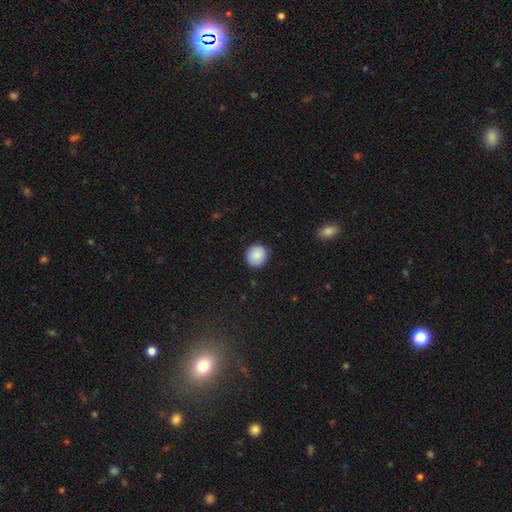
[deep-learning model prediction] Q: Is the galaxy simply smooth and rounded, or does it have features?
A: smooth — 88%.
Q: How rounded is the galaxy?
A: round — 87%.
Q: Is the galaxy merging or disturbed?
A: none — 89%.